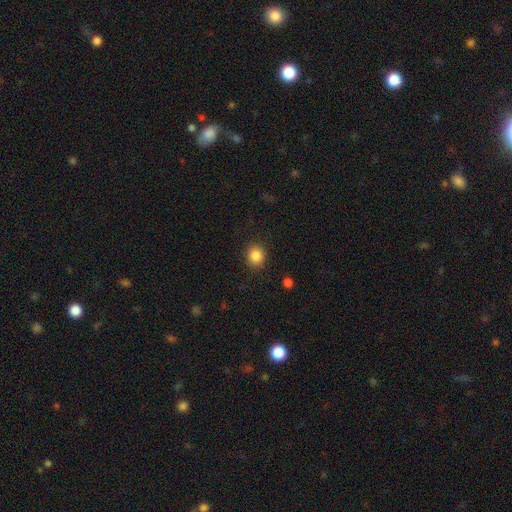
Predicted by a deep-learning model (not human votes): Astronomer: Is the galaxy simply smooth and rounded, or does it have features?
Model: smooth — 86%.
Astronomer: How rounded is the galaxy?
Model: round — 83%.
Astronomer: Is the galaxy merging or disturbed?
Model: none — 89%.